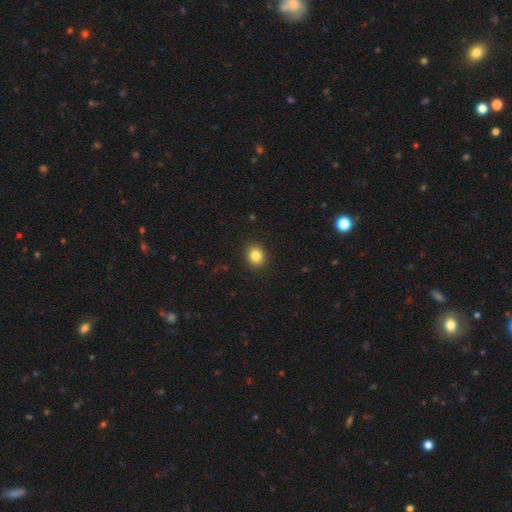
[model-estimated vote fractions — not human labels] A smooth galaxy with no disk features (84%) that is round (73%).

Vote fractions:
- Smooth or featured? smooth: 84% / star or artifact: 11% / featured or disk: 5%
- How rounded? round: 73% / in between: 26% / cigar-shaped: 1%
- Merging? none: 91% / minor disturbance: 6% / major disturbance: 2% / merger: 1%